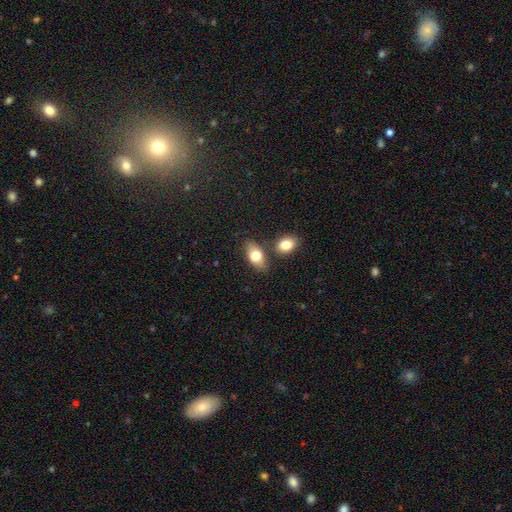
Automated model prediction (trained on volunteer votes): Smooth or featured? smooth (74%)
How rounded? in between (87%)
Merging? none (71%)